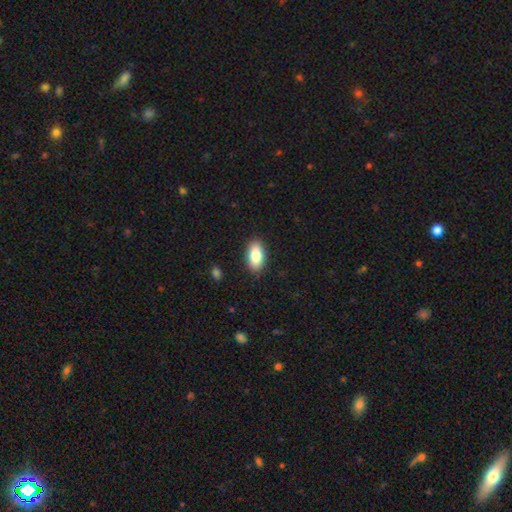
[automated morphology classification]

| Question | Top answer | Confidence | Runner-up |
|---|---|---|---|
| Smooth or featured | smooth | 85% | featured or disk (8%) |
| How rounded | in between | 92% | cigar-shaped (5%) |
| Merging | none | 89% | minor disturbance (8%) |